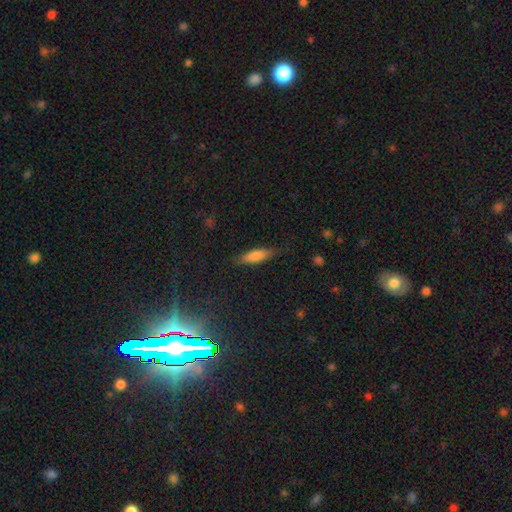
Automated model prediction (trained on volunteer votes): This appears to be a smooth galaxy with no disk features (73%) that is cigar-shaped (59%). Merging: none (82%).